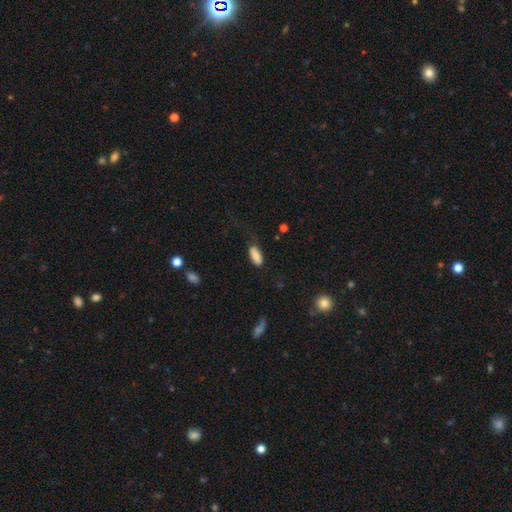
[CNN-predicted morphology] A smooth galaxy with no disk features (82%) that is in between round and cigar-shaped (88%). Merging: none (56%).